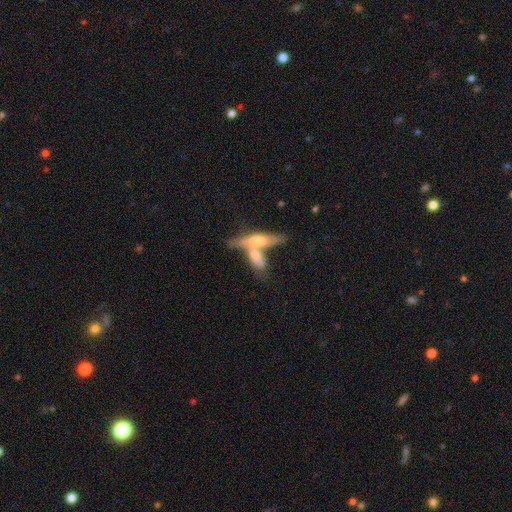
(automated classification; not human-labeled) Q: Smooth or featured?
A: smooth (49%); runner-up: featured or disk (44%)
Q: Merging?
A: merger (62%); runner-up: none (25%)